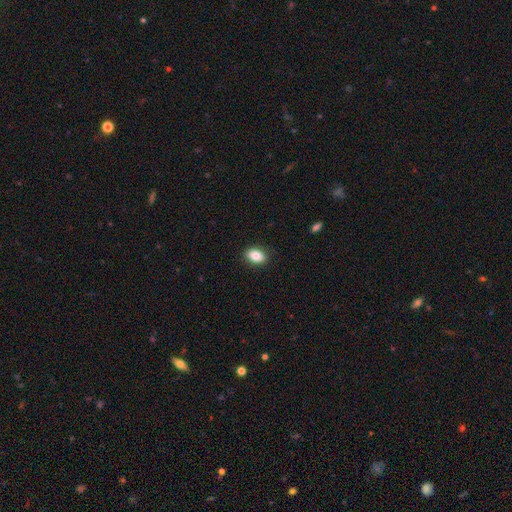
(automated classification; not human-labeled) Smooth or featured?
  - smooth: 85% *
  - star or artifact: 8%
  - featured or disk: 8%
How rounded?
  - in between: 83% *
  - round: 15%
  - cigar-shaped: 2%
Merging?
  - none: 89% *
  - minor disturbance: 8%
  - major disturbance: 2%
  - merger: 1%